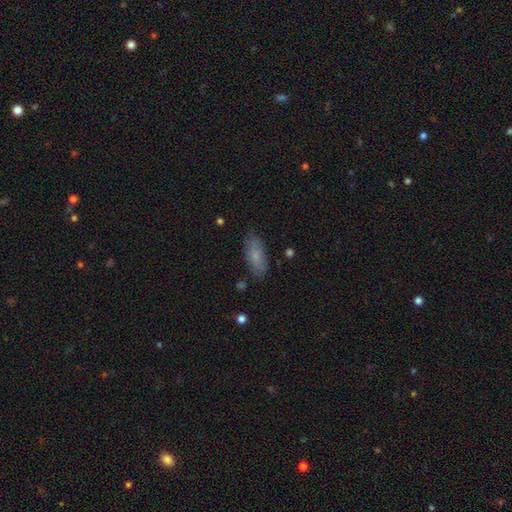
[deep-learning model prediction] smooth_or_featured: smooth (p=0.77) [alt: featured or disk p=0.16]
how_rounded: in between (p=0.78) [alt: cigar-shaped p=0.20]
merging: none (p=0.81) [alt: minor disturbance p=0.14]